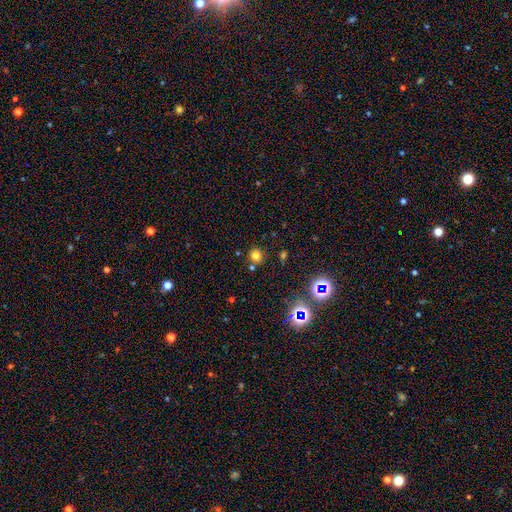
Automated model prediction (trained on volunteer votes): A smooth galaxy with no disk features (73%) that is round (89%).

Vote fractions:
- Smooth or featured? smooth: 73% / star or artifact: 20% / featured or disk: 7%
- How rounded? round: 89% / in between: 10% / cigar-shaped: 1%
- Merging? none: 78% / merger: 10% / minor disturbance: 9% / major disturbance: 3%